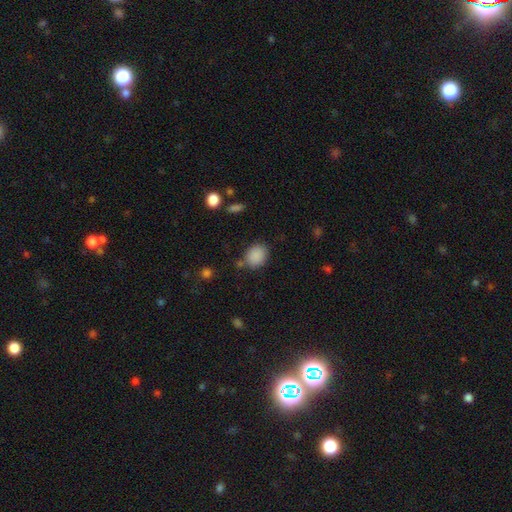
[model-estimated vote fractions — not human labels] A smooth galaxy with no disk features (87%) that is round (51%).

Vote fractions:
- Smooth or featured? smooth: 87% / star or artifact: 9% / featured or disk: 4%
- How rounded? round: 51% / in between: 48% / cigar-shaped: 1%
- Merging? none: 76% / minor disturbance: 14% / merger: 5% / major disturbance: 4%